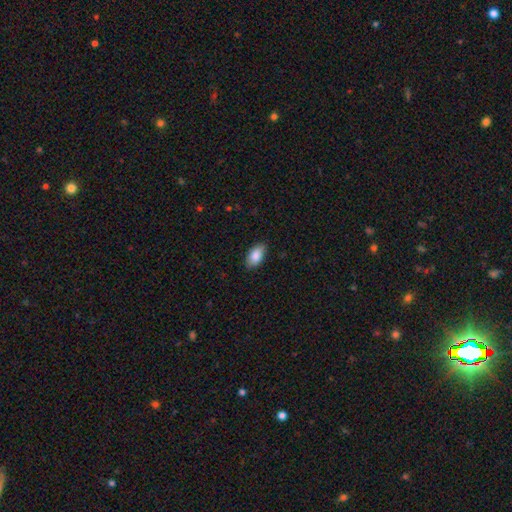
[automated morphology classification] smooth 87%, featured or disk 7%, star or artifact 7%. Down the decision tree: how rounded — in between (94%); merging — none (86%).